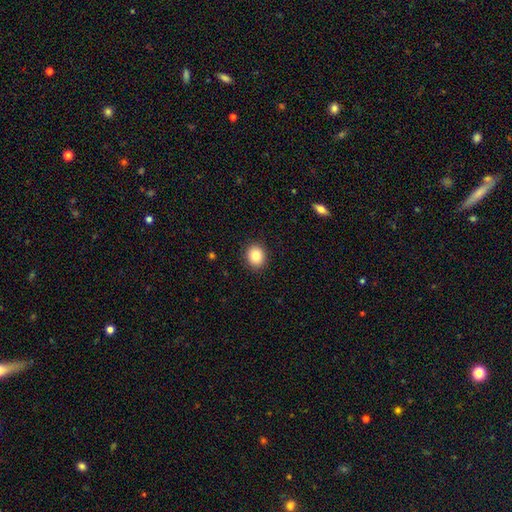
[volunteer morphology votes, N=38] Volunteers were most divided on "how rounded": round: 62%, in between: 38%, cigar-shaped: 0%. More confident: merging — none (89%); smooth or featured — smooth (84%).